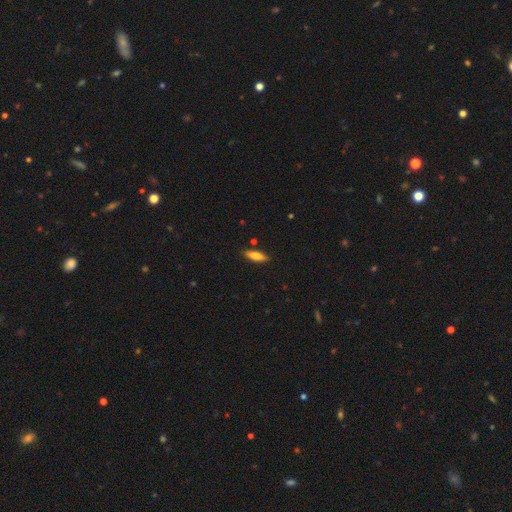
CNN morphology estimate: smooth 77%, featured or disk 17%, star or artifact 7%. Down the decision tree: how rounded — in between (54%); merging — none (86%).